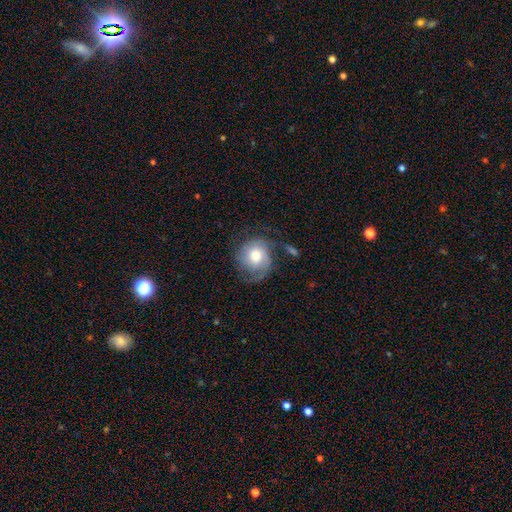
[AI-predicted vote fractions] This is possibly a featured or disk galaxy (48%). Merging: possibly none (51%).